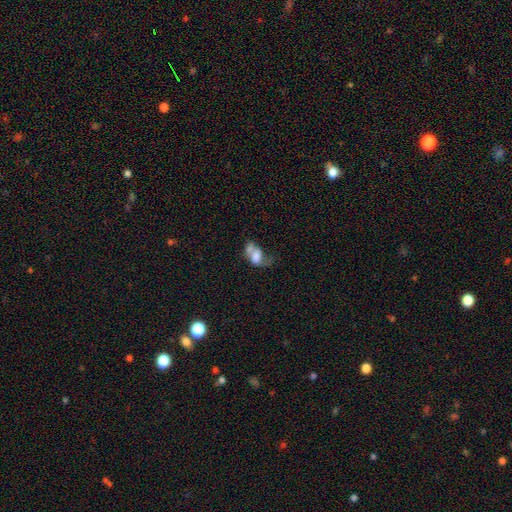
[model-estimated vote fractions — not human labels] A smooth galaxy with no disk features (57%) that is in between round and cigar-shaped (81%).

Vote fractions:
- Smooth or featured? smooth: 57% / featured or disk: 31% / star or artifact: 11%
- How rounded? in between: 81% / round: 16% / cigar-shaped: 2%
- Merging? merger: 47% / major disturbance: 25% / none: 16% / minor disturbance: 13%